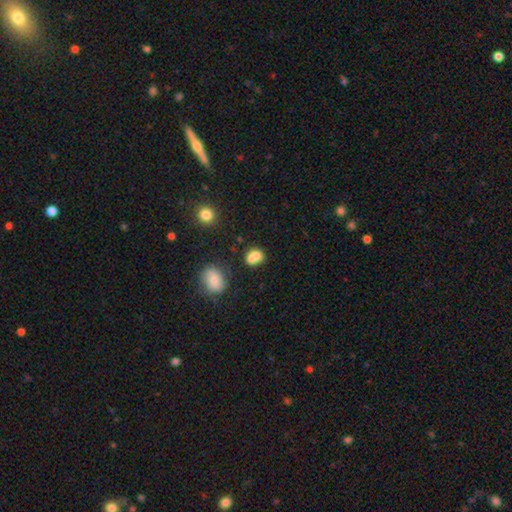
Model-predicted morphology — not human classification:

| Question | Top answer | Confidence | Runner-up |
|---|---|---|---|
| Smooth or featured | smooth | 76% | featured or disk (12%) |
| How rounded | round | 54% | in between (45%) |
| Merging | merger | 43% | none (37%) |